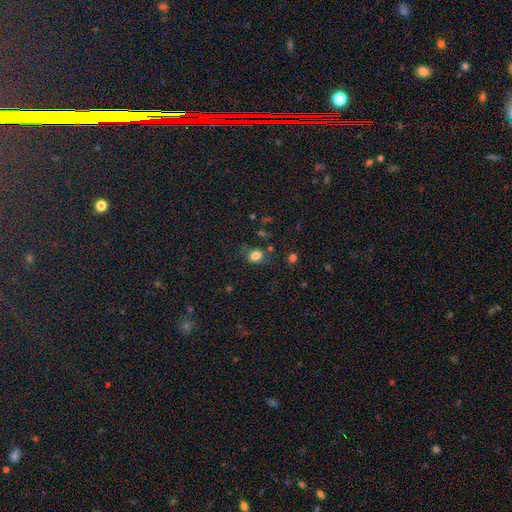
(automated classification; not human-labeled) A smooth galaxy with no disk features (80%) that is in between round and cigar-shaped (51%). Merging: none (66%).